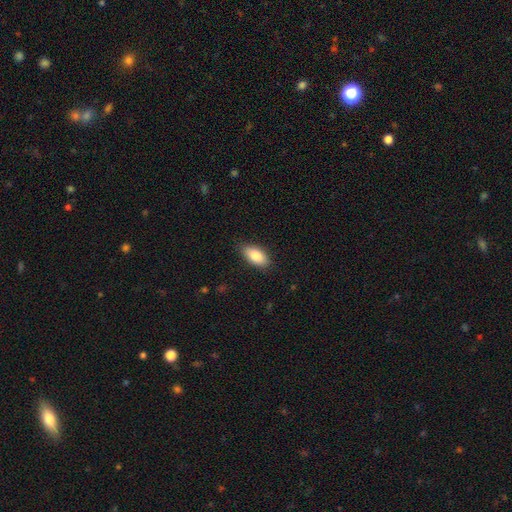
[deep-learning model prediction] smooth_or_featured: smooth (p=0.84) [alt: featured or disk p=0.09]
how_rounded: in between (p=0.91) [alt: cigar-shaped p=0.06]
merging: none (p=0.84) [alt: minor disturbance p=0.12]